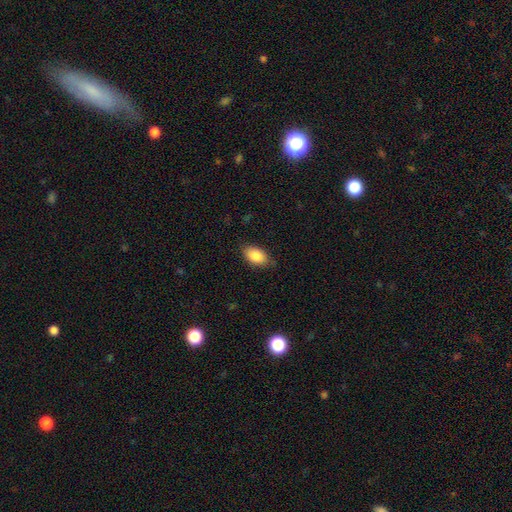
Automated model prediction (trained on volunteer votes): smooth_or_featured: smooth (p=0.87) [alt: star or artifact p=0.07]
how_rounded: in between (p=0.92) [alt: round p=0.06]
merging: none (p=0.79) [alt: minor disturbance p=0.17]